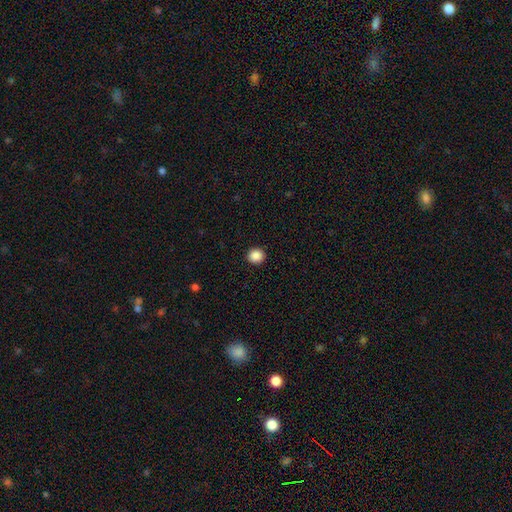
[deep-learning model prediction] Smooth or featured? Predicted: smooth (p=0.88). How rounded? Predicted: round (p=0.88). Merging? Predicted: none (p=0.93).